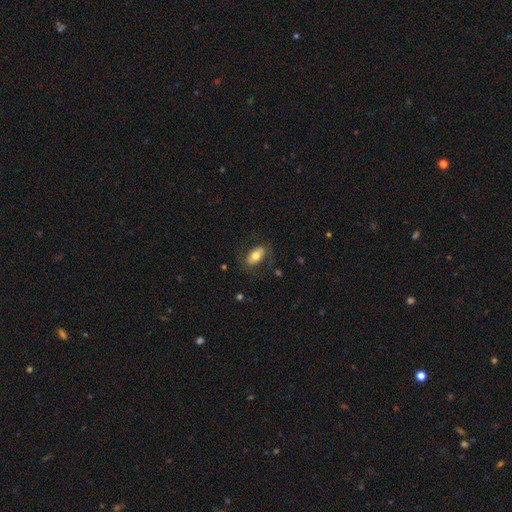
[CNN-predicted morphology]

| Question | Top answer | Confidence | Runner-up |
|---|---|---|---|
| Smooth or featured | smooth | 66% | featured or disk (27%) |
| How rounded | in between | 90% | round (6%) |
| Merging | none | 72% | minor disturbance (16%) |